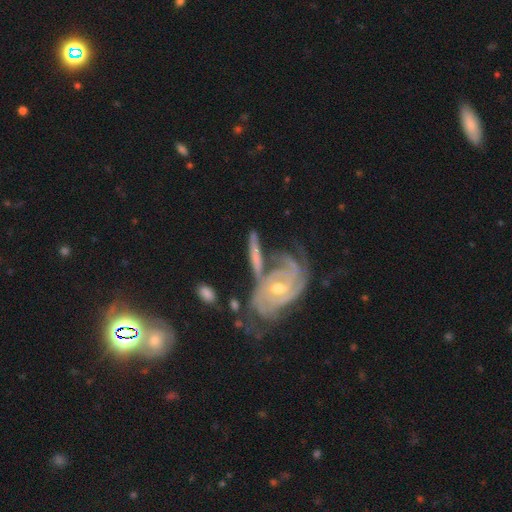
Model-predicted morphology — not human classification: Smooth or featured: featured or disk — 70% (smooth — 23%)
Edge-on disk: no — 79% (yes — 21%)
Bar: no — 51% (weak — 33%)
Spiral arms: yes — 87% (no — 13%)
Bulge size: moderate — 55% (small — 37%)
Merging: none — 40% (merger — 30%)